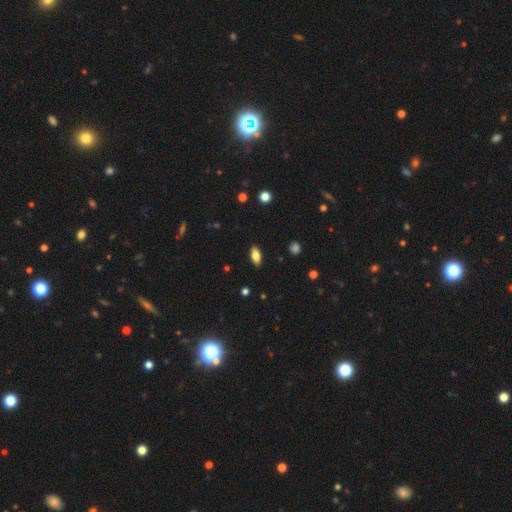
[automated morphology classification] Smooth or featured? Predicted: smooth (p=0.78). How rounded? Predicted: in between (p=0.86). Merging? Predicted: none (p=0.89).